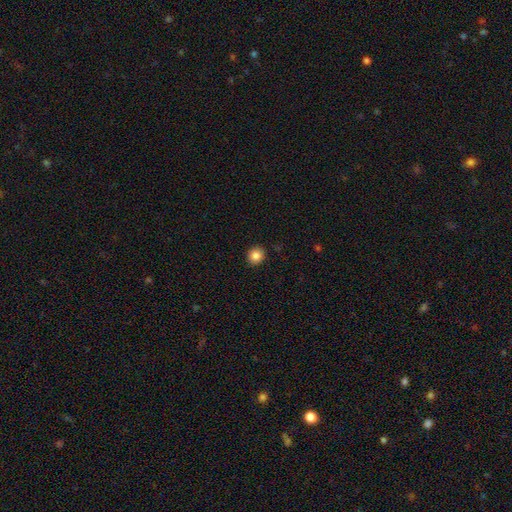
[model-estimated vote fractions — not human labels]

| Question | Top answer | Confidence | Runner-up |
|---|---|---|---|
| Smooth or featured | smooth | 84% | star or artifact (10%) |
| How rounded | round | 80% | in between (19%) |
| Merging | none | 91% | minor disturbance (6%) |